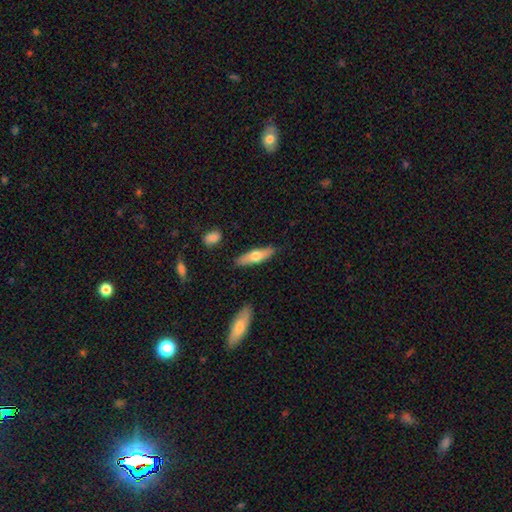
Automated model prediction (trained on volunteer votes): Overall: smooth (54%; featured or disk 41%). How rounded: cigar-shaped (65%; in between 33%). Merging: none (86%).